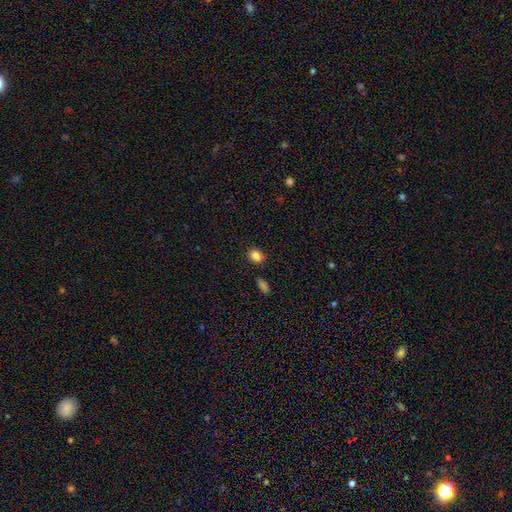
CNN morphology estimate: smooth_or_featured: smooth (p=0.85) [alt: star or artifact p=0.11]
how_rounded: in between (p=0.58) [alt: round p=0.41]
merging: none (p=0.81) [alt: minor disturbance p=0.12]